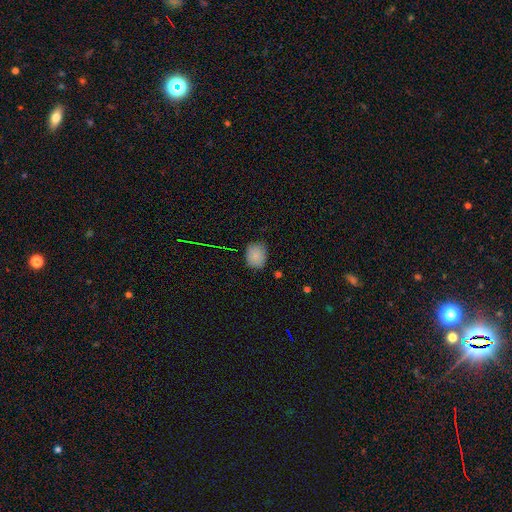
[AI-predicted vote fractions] Q: Smooth or featured?
A: smooth (83%); runner-up: star or artifact (11%)
Q: How rounded?
A: round (60%); runner-up: in between (39%)
Q: Merging?
A: none (77%); runner-up: minor disturbance (18%)